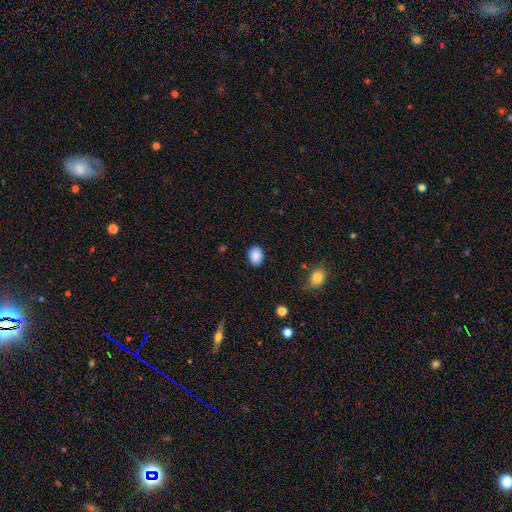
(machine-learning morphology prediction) smooth 88%, star or artifact 8%, featured or disk 4%. Down the decision tree: how rounded — in between (64%); merging — none (87%).